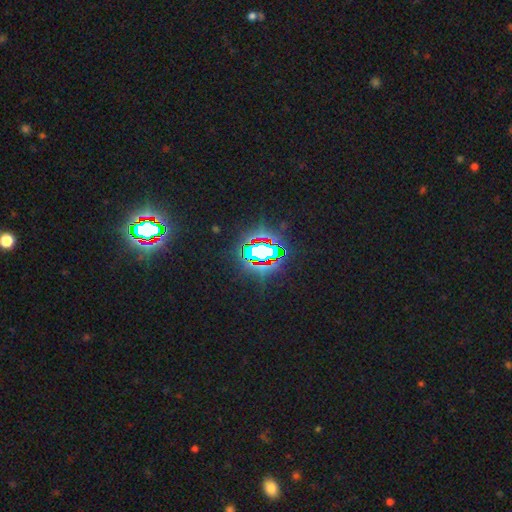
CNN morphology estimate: type=star or artifact (77%).